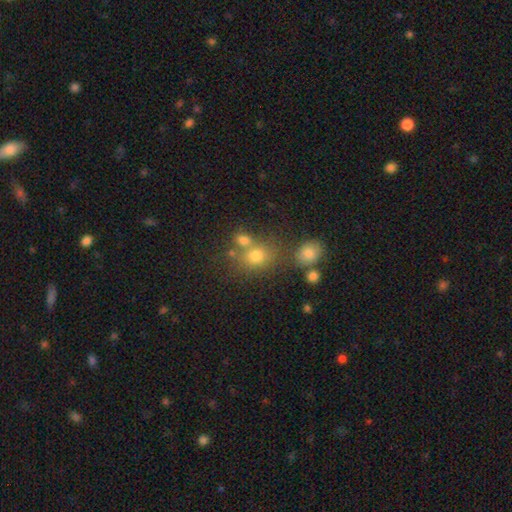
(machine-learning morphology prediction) Q: Smooth or featured?
A: smooth (71%); runner-up: star or artifact (17%)
Q: How rounded?
A: round (63%); runner-up: in between (36%)
Q: Merging?
A: none (56%); runner-up: merger (27%)